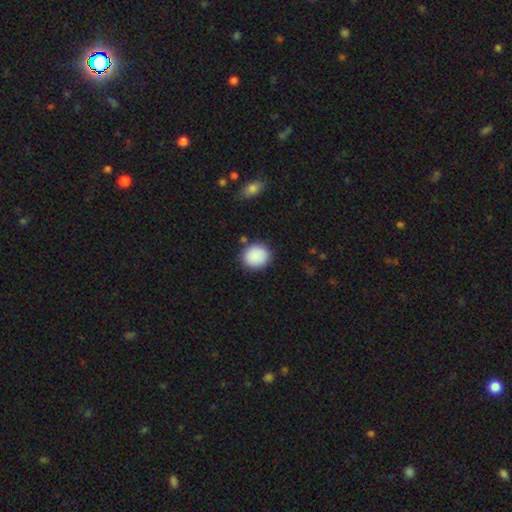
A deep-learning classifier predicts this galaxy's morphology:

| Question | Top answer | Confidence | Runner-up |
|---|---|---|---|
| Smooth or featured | smooth | 89% | star or artifact (7%) |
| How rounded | round | 76% | in between (23%) |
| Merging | none | 83% | minor disturbance (11%) |